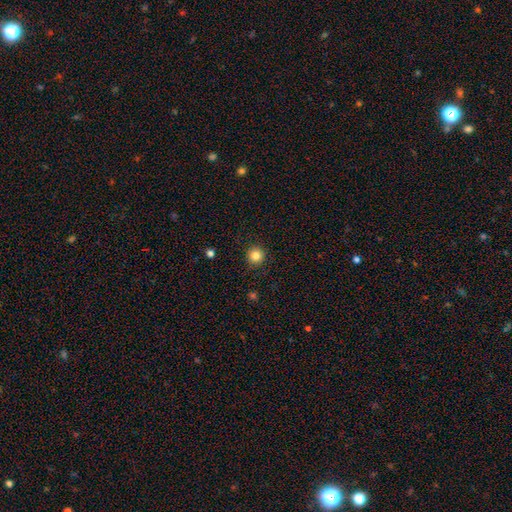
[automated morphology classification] Overall: smooth (84%). How rounded: round (95%). Merging: none (91%).